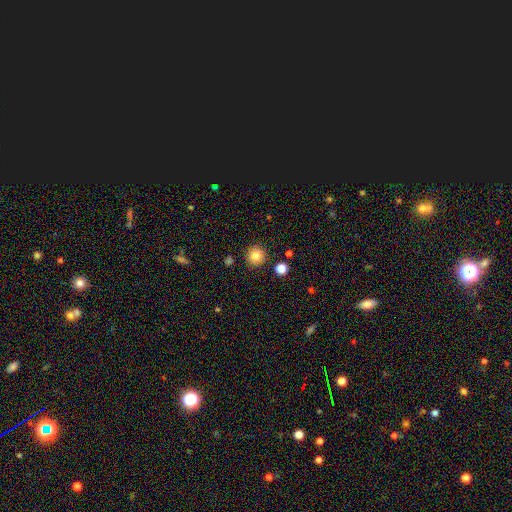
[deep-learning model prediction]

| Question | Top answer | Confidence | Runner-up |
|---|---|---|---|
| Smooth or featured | smooth | 83% | star or artifact (11%) |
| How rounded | round | 94% | in between (5%) |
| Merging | none | 90% | minor disturbance (6%) |